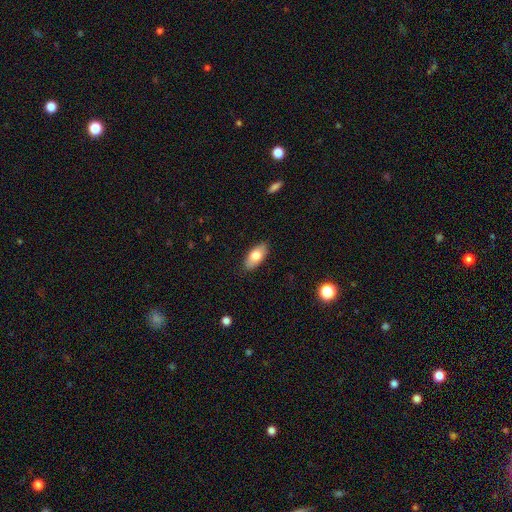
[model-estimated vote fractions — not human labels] Q: Smooth or featured?
A: smooth (76%); runner-up: featured or disk (17%)
Q: How rounded?
A: in between (91%); runner-up: cigar-shaped (6%)
Q: Merging?
A: none (88%); runner-up: minor disturbance (9%)